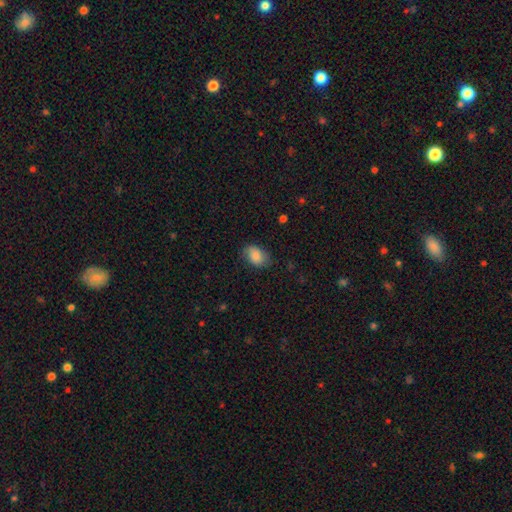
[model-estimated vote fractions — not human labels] smooth_or_featured: smooth (p=0.84) [alt: featured or disk p=0.09]
how_rounded: in between (p=0.83) [alt: round p=0.16]
merging: none (p=0.74) [alt: minor disturbance p=0.20]